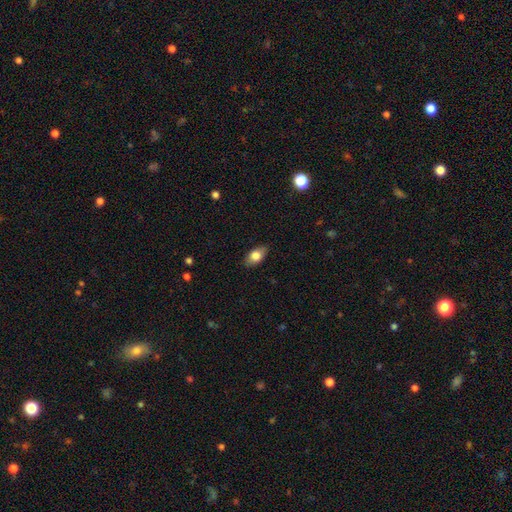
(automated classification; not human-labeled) This is likely a smooth galaxy (77%). How rounded: clearly in between (88%). Merging: clearly none (86%).